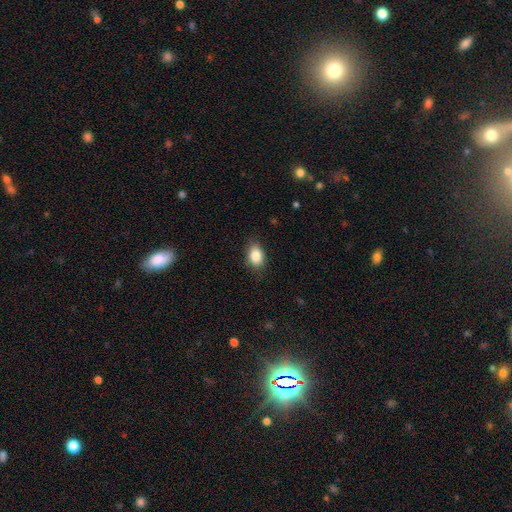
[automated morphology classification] This is clearly a smooth galaxy (86%). How rounded: clearly in between (84%). Merging: clearly none (82%).